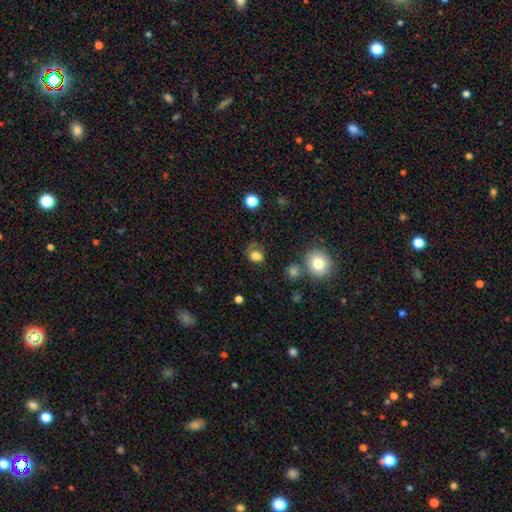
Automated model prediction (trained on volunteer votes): A smooth galaxy with no disk features (76%) that is in between round and cigar-shaped (52%). Merging: none (48%).